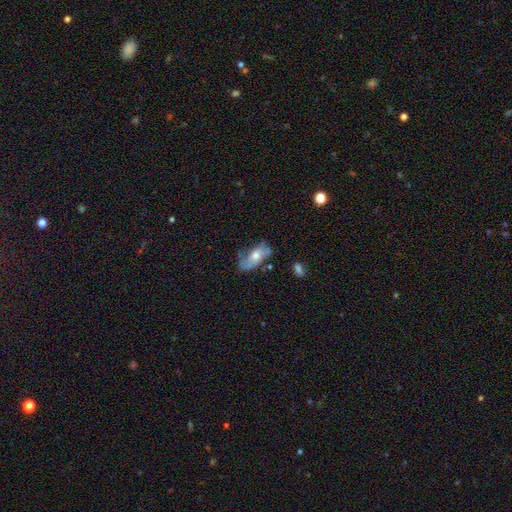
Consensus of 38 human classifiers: Smooth or featured? smooth (53%)
How rounded? in between (85%)
Merging? none (43%)